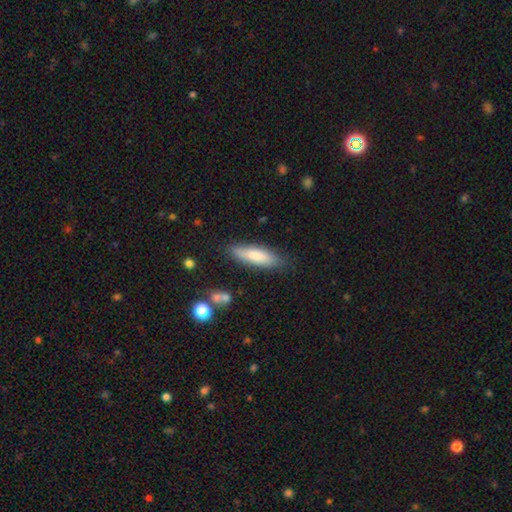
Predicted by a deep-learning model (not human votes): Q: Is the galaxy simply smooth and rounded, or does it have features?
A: smooth — 76%.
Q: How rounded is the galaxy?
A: cigar-shaped — 61%.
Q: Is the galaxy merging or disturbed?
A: none — 79%.